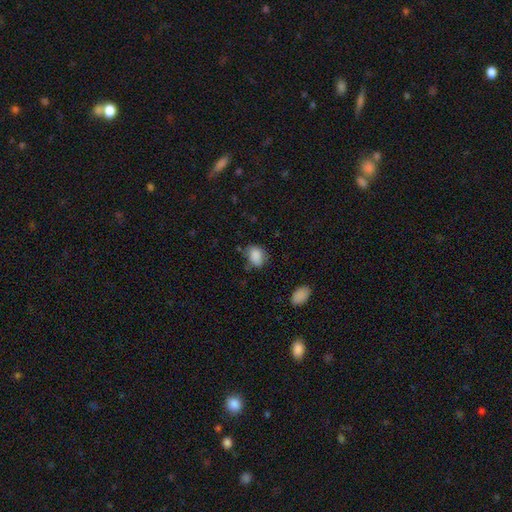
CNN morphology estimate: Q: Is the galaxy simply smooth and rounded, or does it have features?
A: smooth — 85%.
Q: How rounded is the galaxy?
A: in between — 63%.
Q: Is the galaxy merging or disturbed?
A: none — 58%.